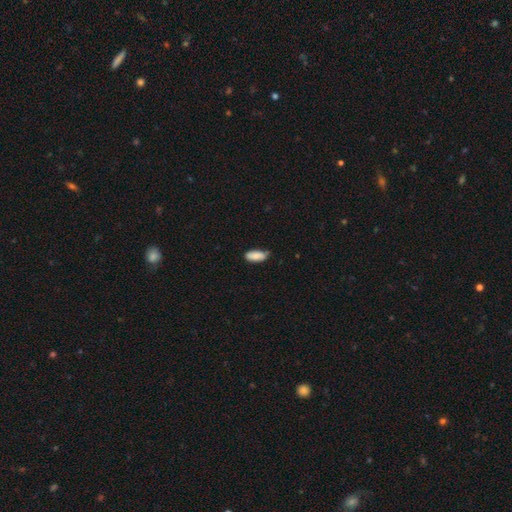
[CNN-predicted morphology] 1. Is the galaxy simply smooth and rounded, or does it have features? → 87% smooth, 7% star or artifact, 6% featured or disk.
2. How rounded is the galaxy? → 86% in between, 12% cigar-shaped, 2% round.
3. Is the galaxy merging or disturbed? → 68% none, 27% minor disturbance, 3% major disturbance, 2% merger.